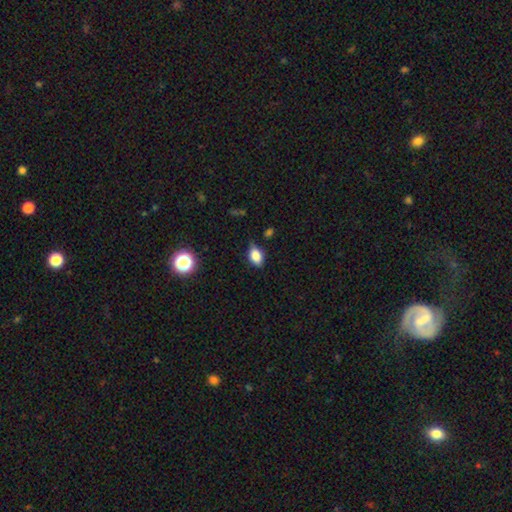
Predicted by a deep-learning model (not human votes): Morphology: type=smooth (80%); roundness=in between (81%); merging=none (67%).